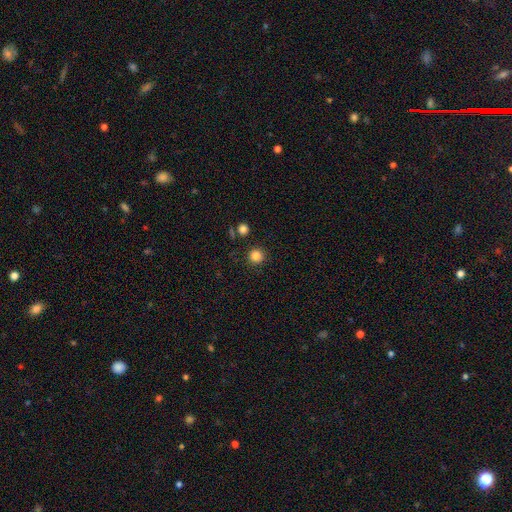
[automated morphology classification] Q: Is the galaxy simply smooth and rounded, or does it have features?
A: smooth — 83%.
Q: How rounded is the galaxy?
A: round — 95%.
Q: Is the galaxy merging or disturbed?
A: none — 89%.